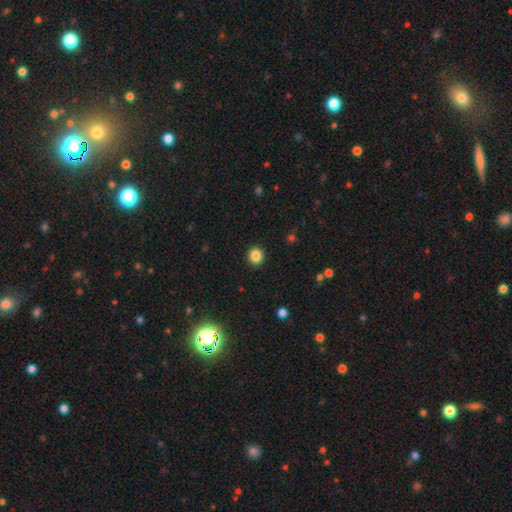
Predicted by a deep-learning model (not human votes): Morphology: type=smooth (85%); roundness=round (87%); merging=none (92%).